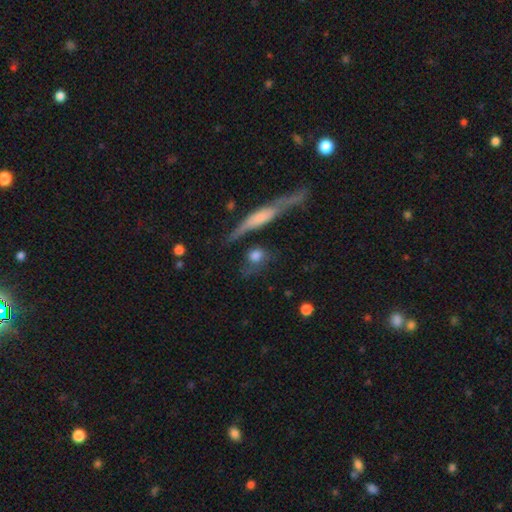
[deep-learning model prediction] Smooth or featured: smooth — 63% (featured or disk — 27%)
How rounded: round — 56% (in between — 30%)
Merging: none — 57% (minor disturbance — 19%)